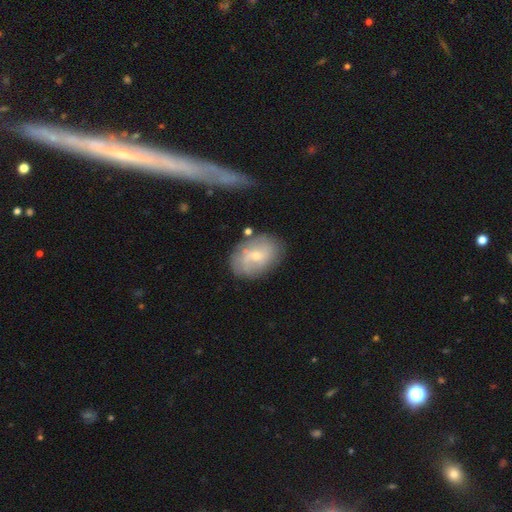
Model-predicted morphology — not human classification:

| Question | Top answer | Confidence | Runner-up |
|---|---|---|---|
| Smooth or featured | featured or disk | 51% | smooth (41%) |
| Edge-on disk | no | 94% | yes (6%) |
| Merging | none | 71% | minor disturbance (18%) |